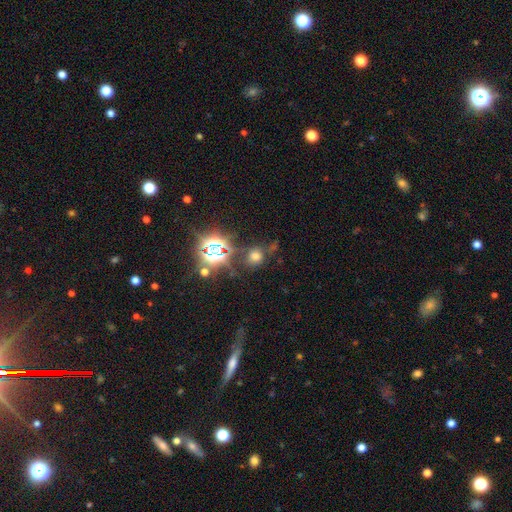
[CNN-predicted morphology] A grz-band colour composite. It shows a smooth galaxy with no disk features (51%) that is round (72%). Merging: none (67%).